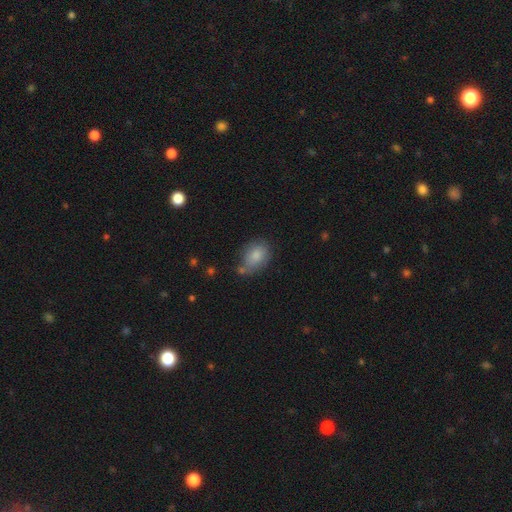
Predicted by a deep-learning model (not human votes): Smooth or featured? Predicted: smooth (p=0.82). How rounded? Predicted: in between (p=0.79). Merging? Predicted: none (p=0.53).